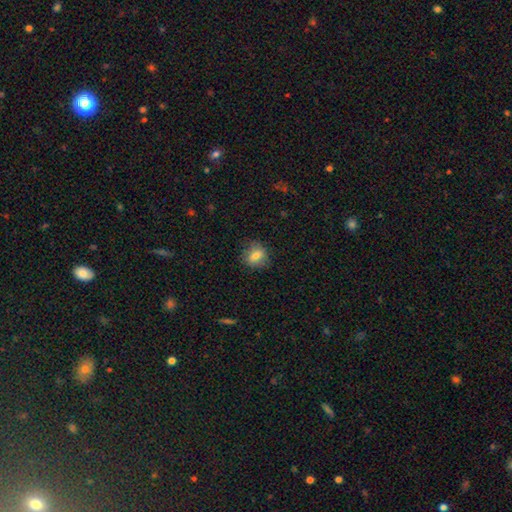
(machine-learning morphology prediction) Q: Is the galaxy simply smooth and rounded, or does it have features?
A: smooth — 74%.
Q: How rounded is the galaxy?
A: round — 60%.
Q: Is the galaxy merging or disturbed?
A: none — 78%.